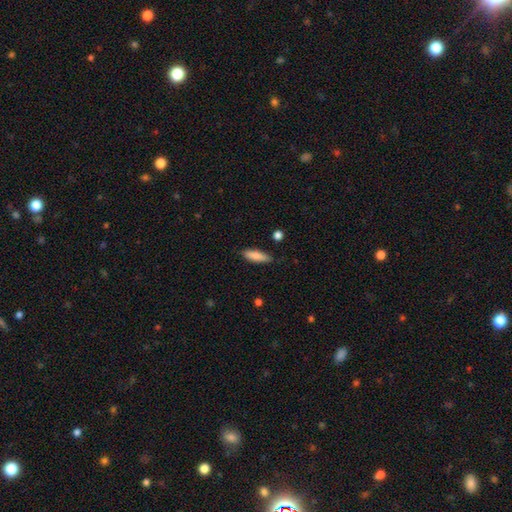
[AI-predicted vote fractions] A smooth galaxy with no disk features (85%) that is cigar-shaped (51%). Merging: none (83%).